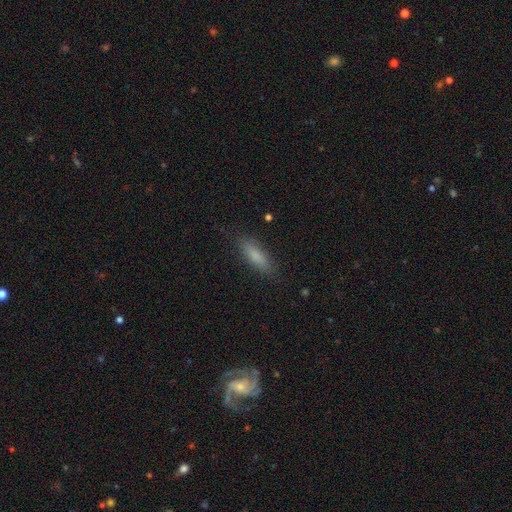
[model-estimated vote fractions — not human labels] A smooth galaxy with no disk features (81%) that is cigar-shaped (53%).

Vote fractions:
- Smooth or featured? smooth: 81% / featured or disk: 12% / star or artifact: 7%
- How rounded? cigar-shaped: 53% / in between: 45% / round: 2%
- Merging? none: 84% / minor disturbance: 12% / major disturbance: 3% / merger: 1%